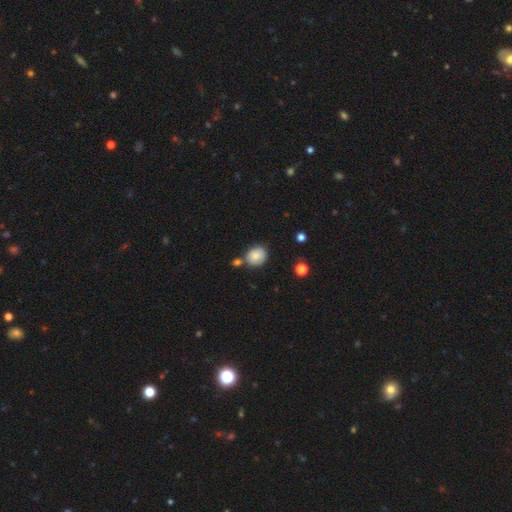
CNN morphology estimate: smooth-or-featured: smooth: 82% | star or artifact: 9% | featured or disk: 9%
  how-rounded: round: 67% | in between: 32% | cigar-shaped: 1%
  merging: none: 68% | minor disturbance: 15% | merger: 14% | major disturbance: 3%